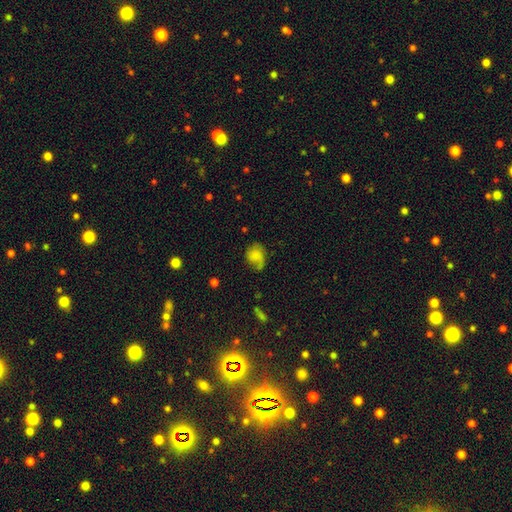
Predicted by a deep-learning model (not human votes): Smooth or featured? Predicted: smooth (p=0.63). How rounded? Predicted: in between (p=0.53). Merging? Predicted: none (p=0.42).